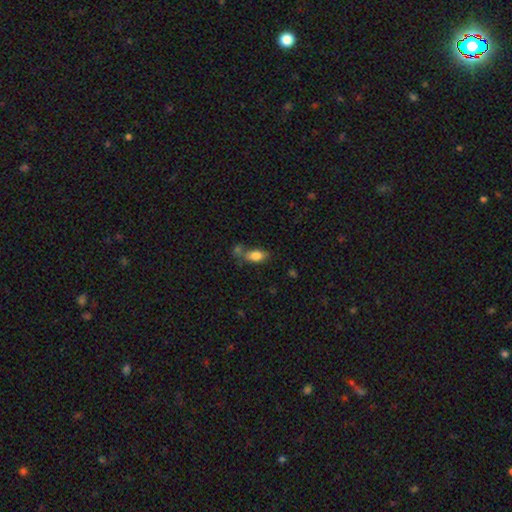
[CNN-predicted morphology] Smooth or featured? smooth (82%)
How rounded? in between (88%)
Merging? none (49%)